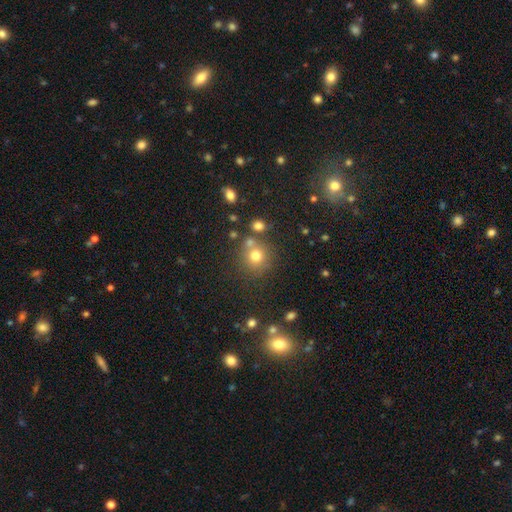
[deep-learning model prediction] This appears to be a smooth galaxy with no disk features (74%) that is round (89%). Merging: none (70%).